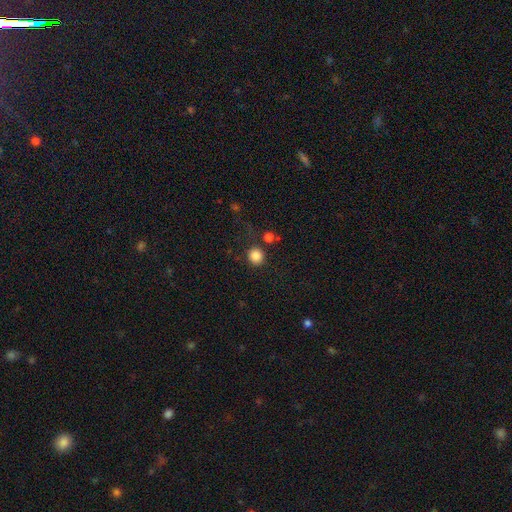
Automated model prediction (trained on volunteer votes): This is clearly a smooth galaxy (85%). How rounded: clearly round (90%). Merging: clearly none (83%).